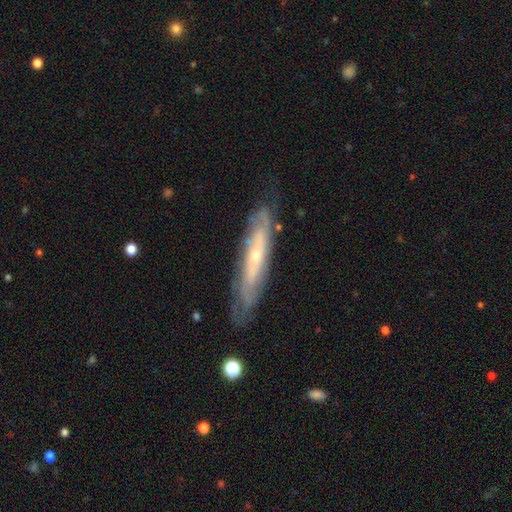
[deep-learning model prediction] smooth-or-featured: featured or disk: 74% | smooth: 20% | star or artifact: 6%
  disk-edge-on: no: 57% | yes: 43%
  merging: none: 76% | minor disturbance: 17% | major disturbance: 5% | merger: 2%